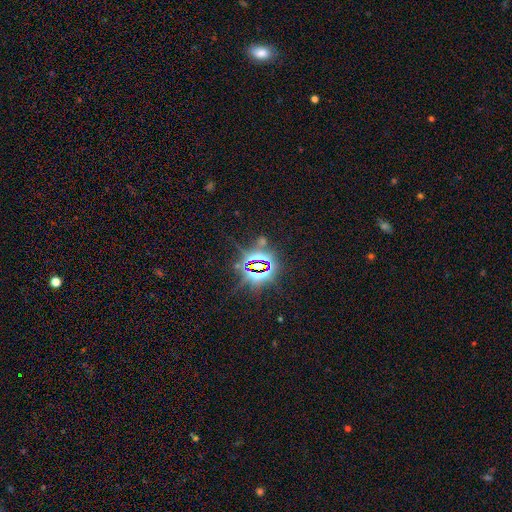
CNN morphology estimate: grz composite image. It shows a star or artifact, not a galaxy (82%).